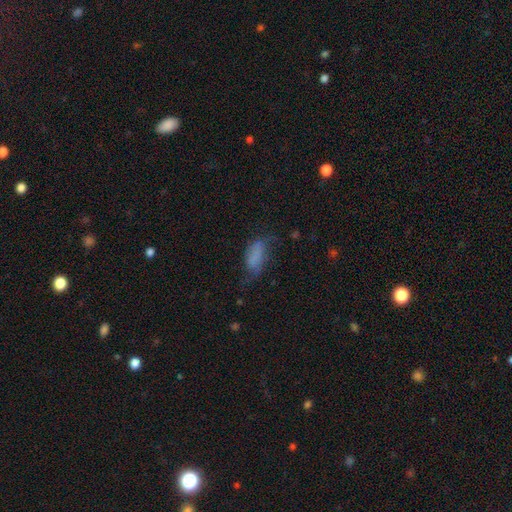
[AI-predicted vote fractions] smooth_or_featured: smooth (p=0.67) [alt: featured or disk p=0.21]
how_rounded: in between (p=0.87) [alt: cigar-shaped p=0.10]
merging: none (p=0.38) [alt: minor disturbance p=0.30]